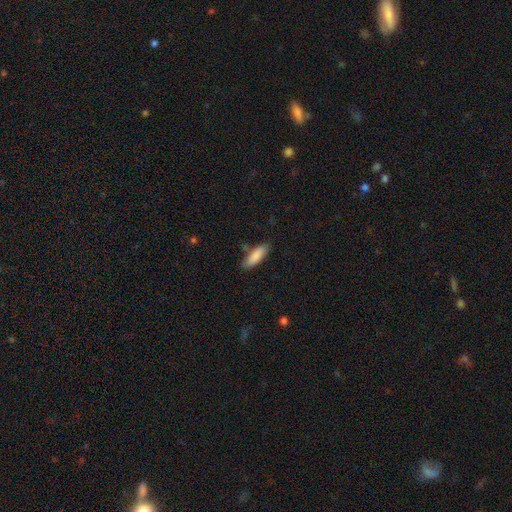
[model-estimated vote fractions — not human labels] A smooth galaxy with no disk features (86%) that is in between round and cigar-shaped (53%). Merging: none (81%).